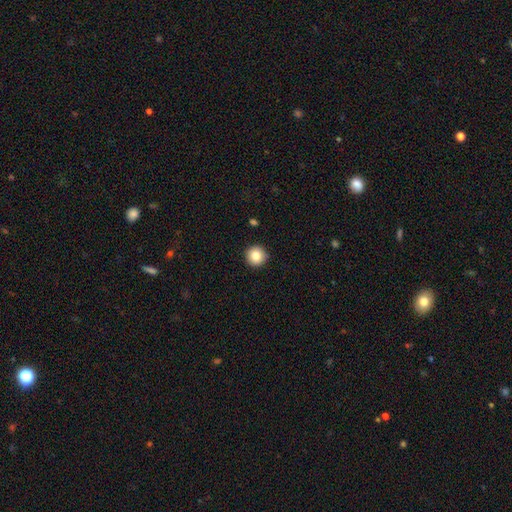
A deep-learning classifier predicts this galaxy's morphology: A smooth galaxy with no disk features (84%) that is round (96%).

Vote fractions:
- Smooth or featured? smooth: 84% / star or artifact: 9% / featured or disk: 7%
- How rounded? round: 96% / in between: 3% / cigar-shaped: 1%
- Merging? none: 92% / minor disturbance: 5% / major disturbance: 2% / merger: 1%